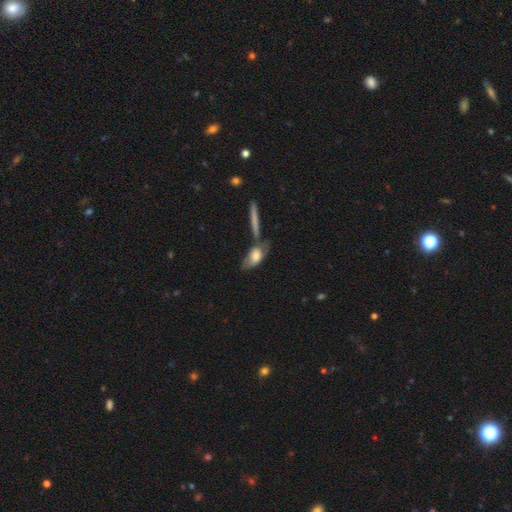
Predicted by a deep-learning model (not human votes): smooth 63%, featured or disk 31%, star or artifact 6%. Down the decision tree: how rounded — in between (77%); merging — none (38%).